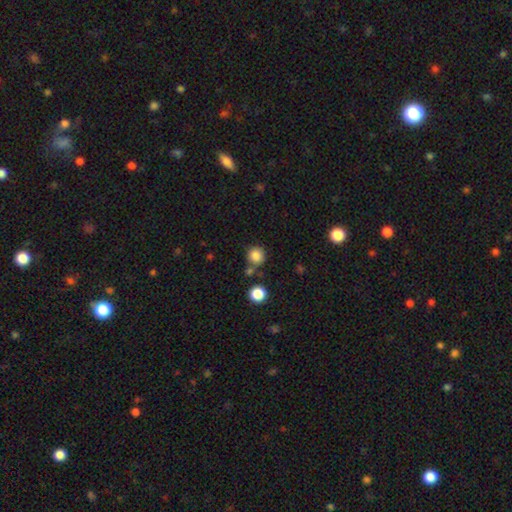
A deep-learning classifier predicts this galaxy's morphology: Smooth or featured? smooth (84%)
How rounded? round (90%)
Merging? none (74%)